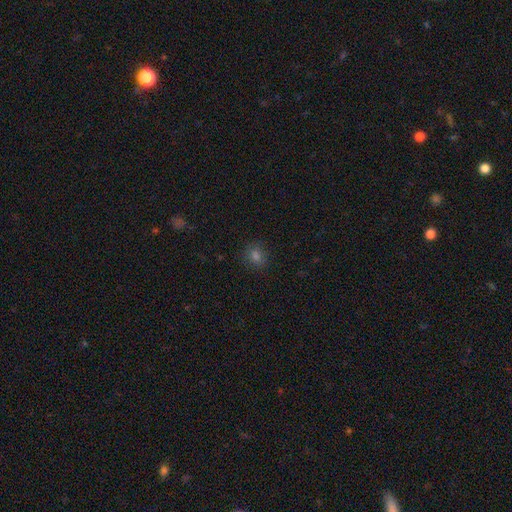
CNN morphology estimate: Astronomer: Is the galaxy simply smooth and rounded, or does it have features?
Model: smooth — 76%.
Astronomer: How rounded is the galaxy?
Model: round — 73%.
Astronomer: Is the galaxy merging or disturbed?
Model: none — 87%.